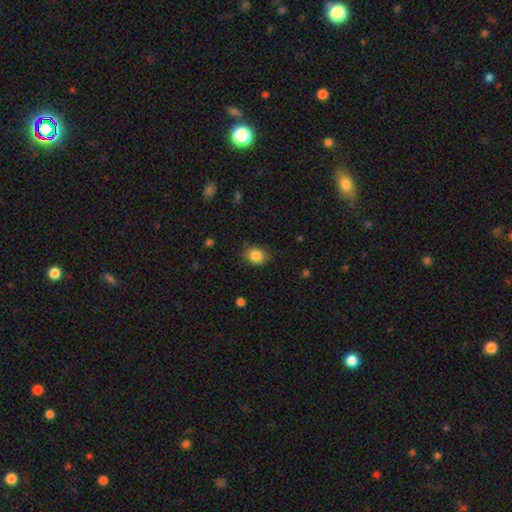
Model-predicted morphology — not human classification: Smooth or featured: smooth — 85% (star or artifact — 9%)
How rounded: round — 50% (in between — 49%)
Merging: none — 80% (minor disturbance — 16%)